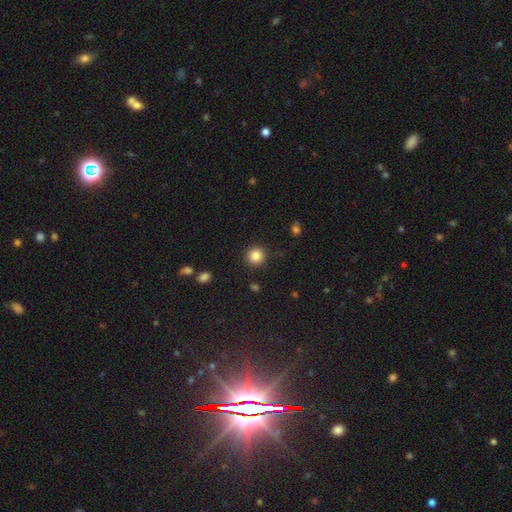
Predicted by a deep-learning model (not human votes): This appears to be a smooth galaxy with no disk features (84%) that is round (94%). Merging: none (90%).